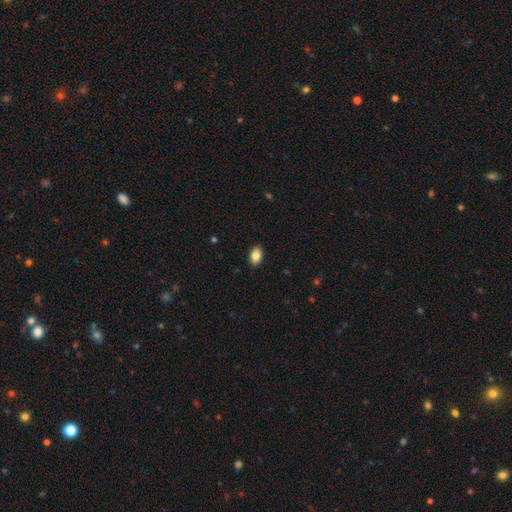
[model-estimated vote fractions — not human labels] Smooth or featured? smooth (84%)
How rounded? in between (88%)
Merging? none (90%)